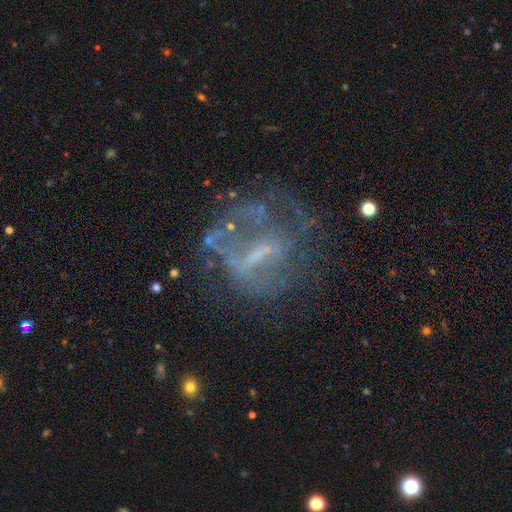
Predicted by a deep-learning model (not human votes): This is likely a featured or disk galaxy (68%). It is clearly not viewed edge-on (94%). Bar: marginally weak (39%). Spiral arm pattern: possibly no (58%). Central bulge: marginally small (41%). Merging: possibly none (49%).